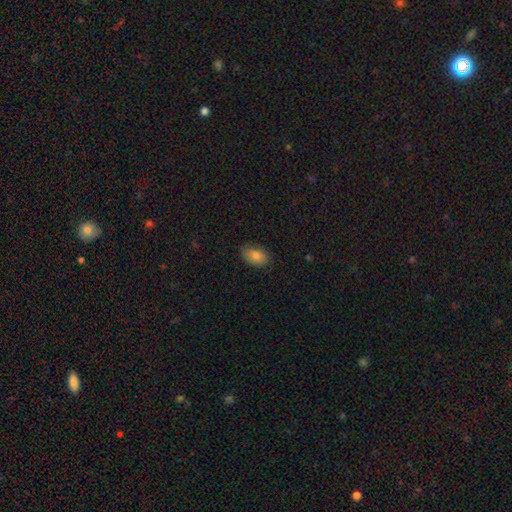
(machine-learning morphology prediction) Q: Smooth or featured?
A: smooth (85%); runner-up: star or artifact (8%)
Q: How rounded?
A: in between (91%); runner-up: round (7%)
Q: Merging?
A: none (84%); runner-up: minor disturbance (13%)